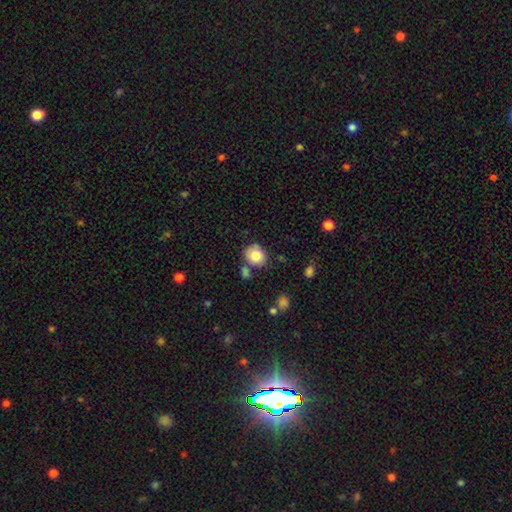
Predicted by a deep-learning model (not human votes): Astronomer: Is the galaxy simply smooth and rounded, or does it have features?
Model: smooth — 82%.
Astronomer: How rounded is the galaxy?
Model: round — 66%.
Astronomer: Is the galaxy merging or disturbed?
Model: none — 69%.